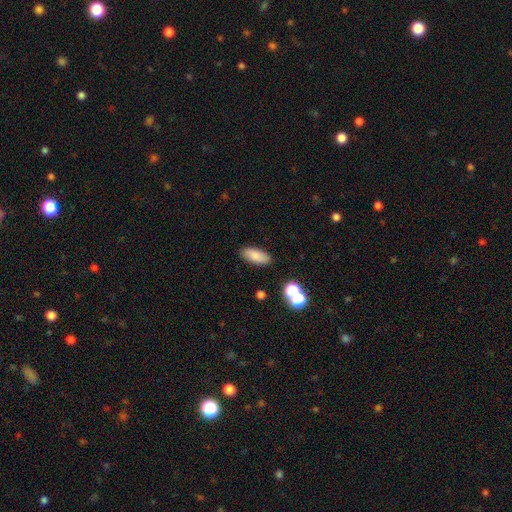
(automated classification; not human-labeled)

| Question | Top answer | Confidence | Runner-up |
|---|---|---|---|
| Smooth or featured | smooth | 82% | featured or disk (10%) |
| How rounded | in between | 80% | cigar-shaped (17%) |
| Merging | none | 85% | minor disturbance (9%) |